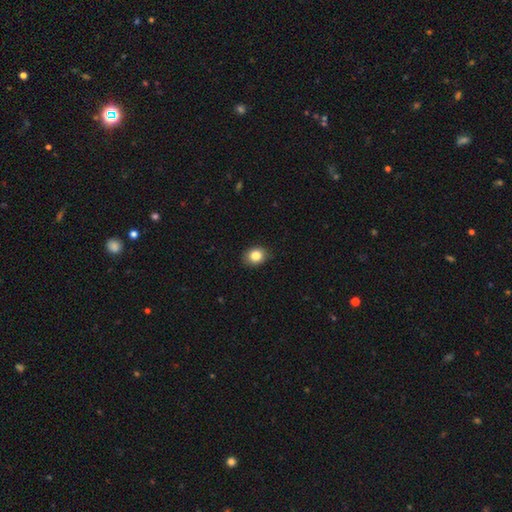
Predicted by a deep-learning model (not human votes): Smooth or featured: smooth — 84% (star or artifact — 10%)
How rounded: in between — 50% (round — 49%)
Merging: none — 88% (minor disturbance — 9%)